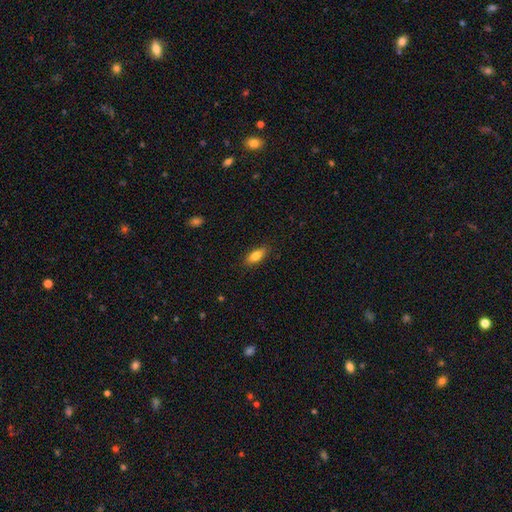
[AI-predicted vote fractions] This is clearly a smooth galaxy (80%). How rounded: likely in between (78%). Merging: clearly none (85%).